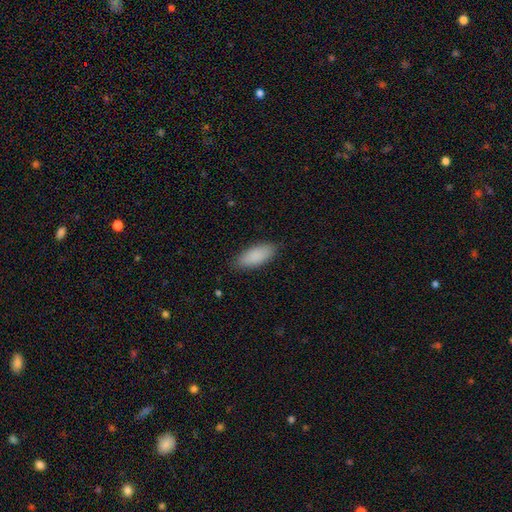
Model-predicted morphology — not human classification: A smooth galaxy with no disk features (89%) that is in between round and cigar-shaped (80%).

Vote fractions:
- Smooth or featured? smooth: 89% / star or artifact: 6% / featured or disk: 5%
- How rounded? in between: 80% / cigar-shaped: 18% / round: 2%
- Merging? none: 86% / minor disturbance: 11% / major disturbance: 2% / merger: 1%